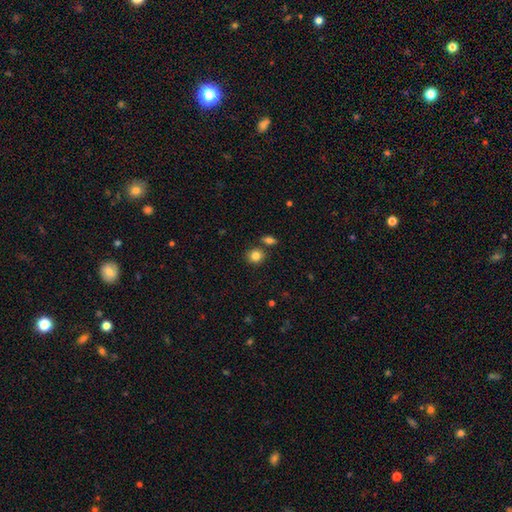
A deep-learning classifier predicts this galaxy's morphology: Smooth or featured: smooth — 84% (star or artifact — 10%)
How rounded: round — 78% (in between — 20%)
Merging: none — 75% (merger — 12%)